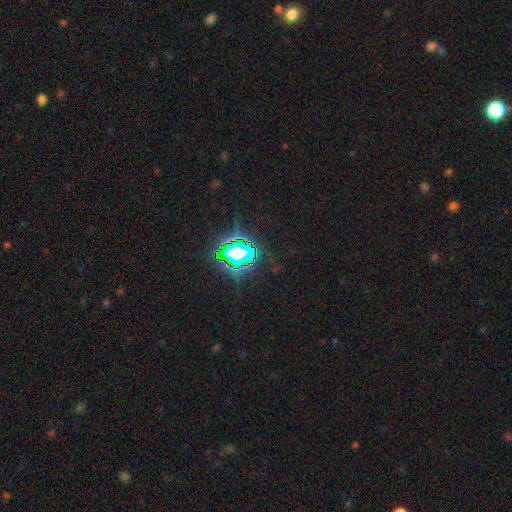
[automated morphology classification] This is clearly a star or artifact rather than a galaxy (82%).